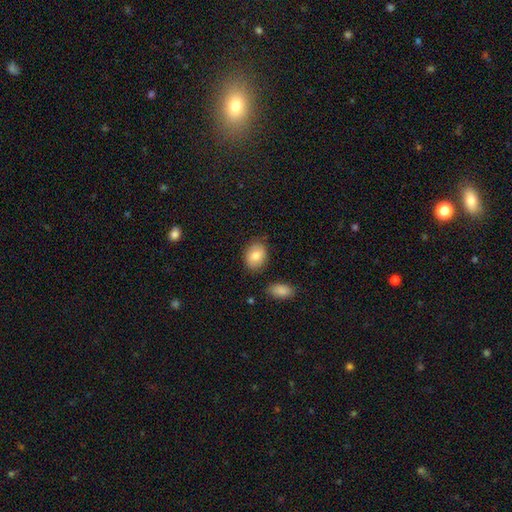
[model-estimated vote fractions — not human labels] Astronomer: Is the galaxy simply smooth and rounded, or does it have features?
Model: smooth — 82%.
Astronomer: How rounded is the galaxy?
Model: in between — 69%.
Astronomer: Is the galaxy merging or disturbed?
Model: none — 81%.